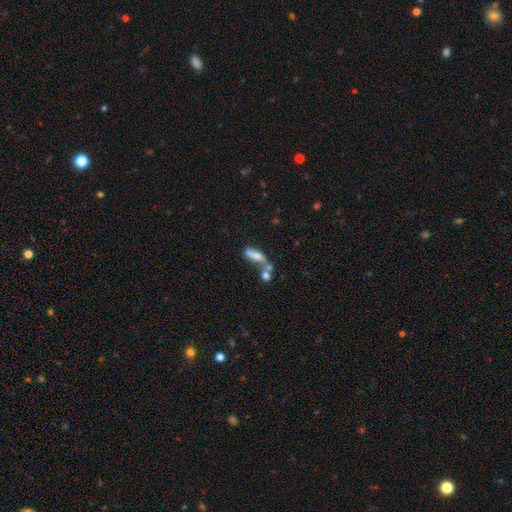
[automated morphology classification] smooth 60%, featured or disk 29%, star or artifact 10%. Down the decision tree: how rounded — in between (51%); merging — merger (48%).